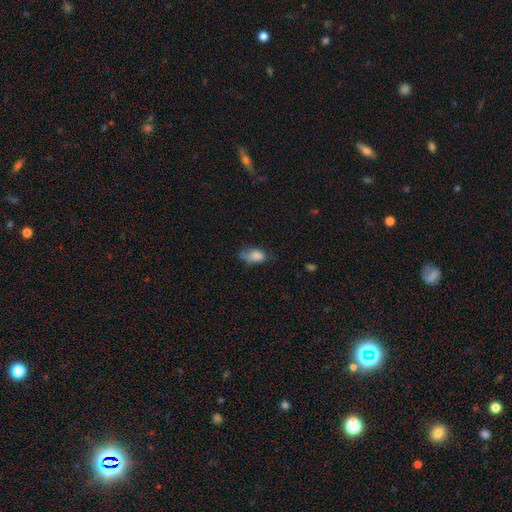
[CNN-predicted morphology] The model was most divided on "merging" (2-way tie): minor disturbance: 39%, none: 39%, major disturbance: 18%, merger: 4%. More confident: how rounded — in between (87%); smooth or featured — smooth (81%).